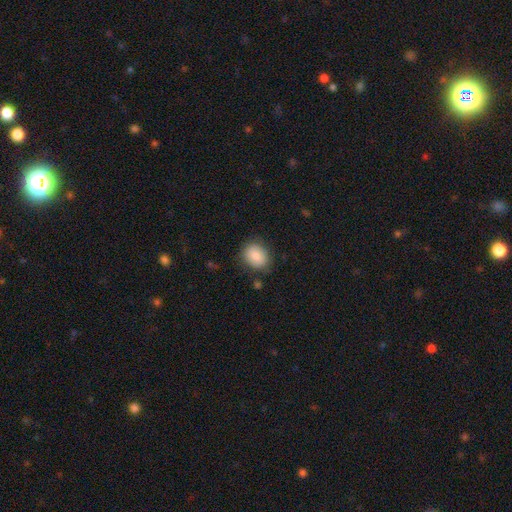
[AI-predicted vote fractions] A smooth galaxy with no disk features (84%) that is round (55%).

Vote fractions:
- Smooth or featured? smooth: 84% / featured or disk: 8% / star or artifact: 8%
- How rounded? round: 55% / in between: 44% / cigar-shaped: 1%
- Merging? none: 81% / minor disturbance: 13% / major disturbance: 4% / merger: 2%